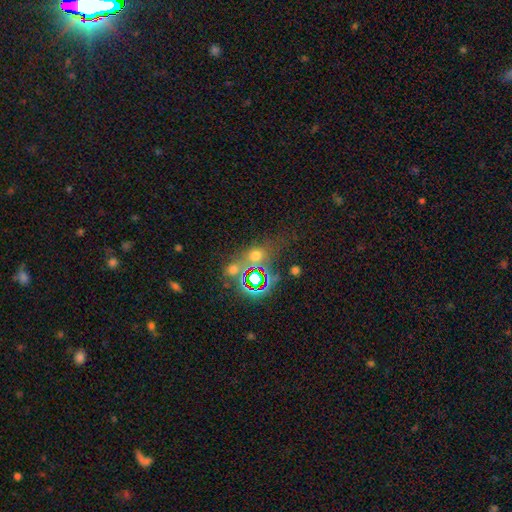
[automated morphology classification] Smooth or featured?
  - smooth: 48% *
  - star or artifact: 41%
  - featured or disk: 11%
Merging?
  - none: 57% *
  - merger: 21%
  - minor disturbance: 12%
  - major disturbance: 9%